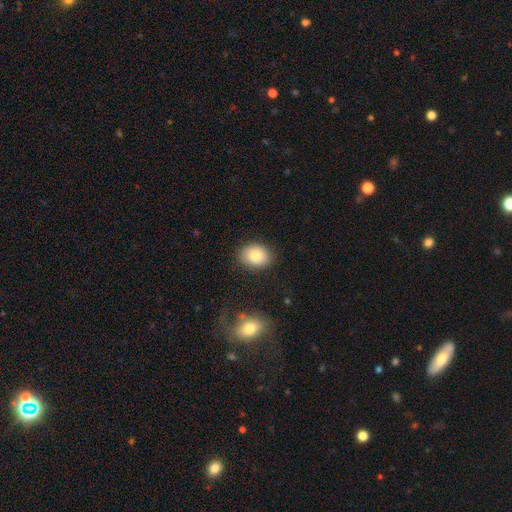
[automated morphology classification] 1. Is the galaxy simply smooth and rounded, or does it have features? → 81% smooth, 10% featured or disk, 9% star or artifact.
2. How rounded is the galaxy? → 53% in between, 46% round, 1% cigar-shaped.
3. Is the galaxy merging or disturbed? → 85% none, 11% minor disturbance, 3% major disturbance, 2% merger.